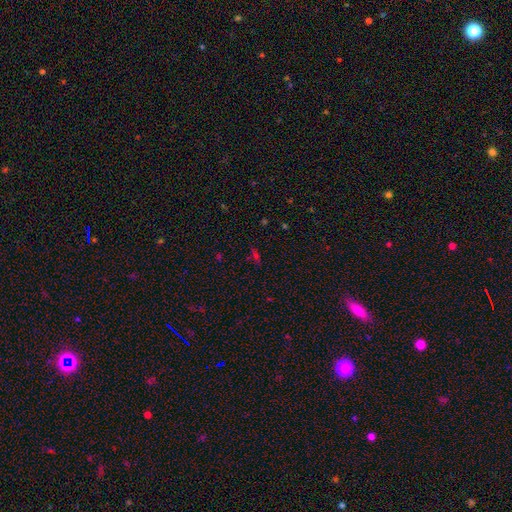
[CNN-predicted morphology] Smooth or featured: star or artifact — 46% (smooth — 32%)